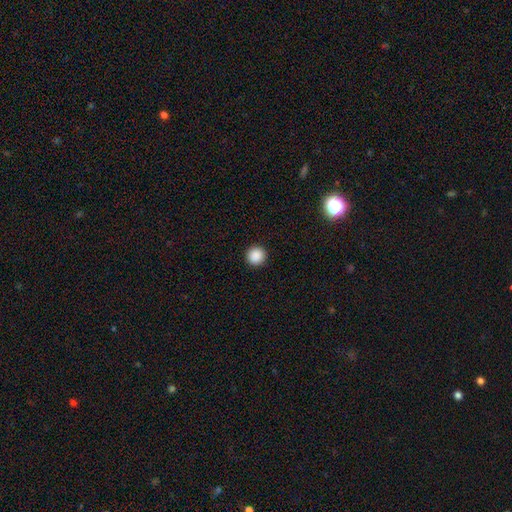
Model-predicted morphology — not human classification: Smooth or featured: smooth — 89% (star or artifact — 9%)
How rounded: round — 96% (in between — 3%)
Merging: none — 93% (minor disturbance — 4%)